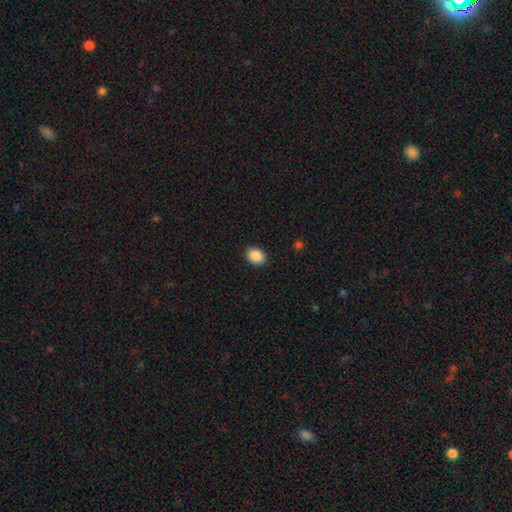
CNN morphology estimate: This is clearly a smooth galaxy (89%). How rounded: likely in between (61%). Merging: clearly none (90%).